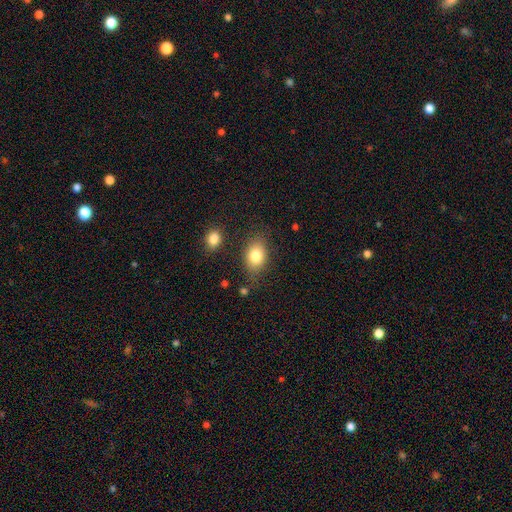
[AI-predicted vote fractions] The model was most divided on "how rounded": in between: 76%, round: 22%, cigar-shaped: 1%. More confident: smooth or featured — smooth (80%); merging — none (76%).